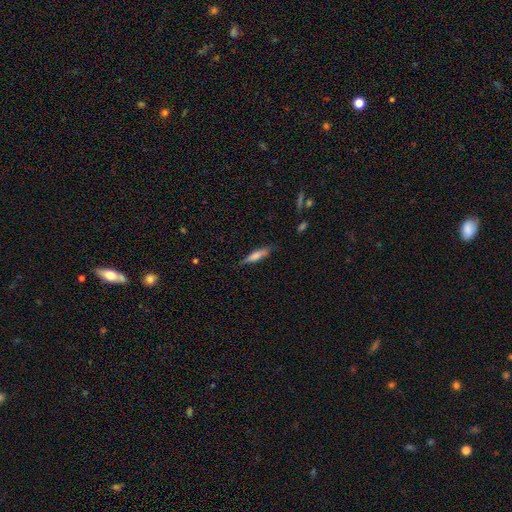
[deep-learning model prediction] This appears to be a smooth galaxy with no disk features (65%) that is cigar-shaped (80%). Merging: none (79%).